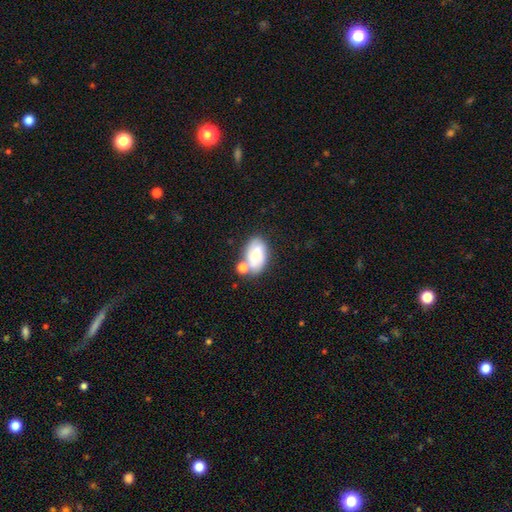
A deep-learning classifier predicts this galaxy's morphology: Smooth or featured? smooth (66%)
How rounded? in between (91%)
Merging? none (48%)